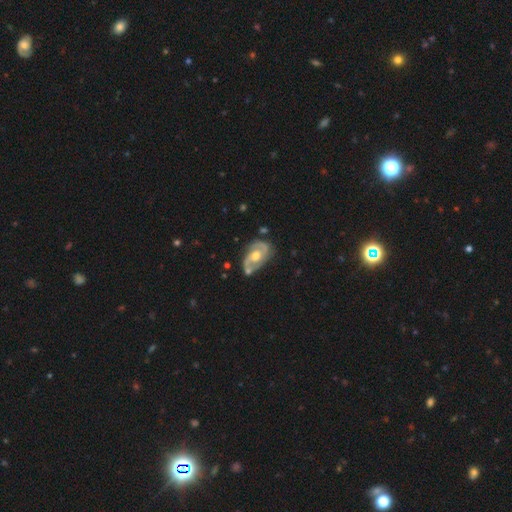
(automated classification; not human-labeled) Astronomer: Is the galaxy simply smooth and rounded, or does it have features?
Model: featured or disk — 84%.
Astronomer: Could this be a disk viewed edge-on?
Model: no — 97%.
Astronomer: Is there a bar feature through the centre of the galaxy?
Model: no — 59%.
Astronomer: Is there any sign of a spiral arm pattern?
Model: yes — 93%.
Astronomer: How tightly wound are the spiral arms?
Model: medium — 49% (runner-up: tight, 32%).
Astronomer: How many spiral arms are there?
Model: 2 — 83%.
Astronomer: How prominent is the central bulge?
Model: moderate — 73%.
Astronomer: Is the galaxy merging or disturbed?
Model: none — 63%.